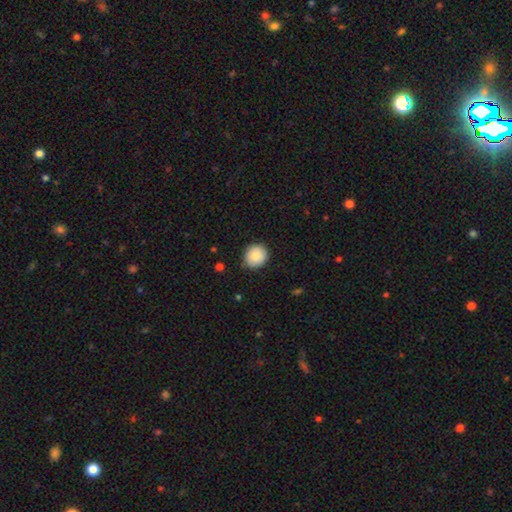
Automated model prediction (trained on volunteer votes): This is clearly a smooth galaxy (87%). How rounded: likely round (79%). Merging: clearly none (85%).